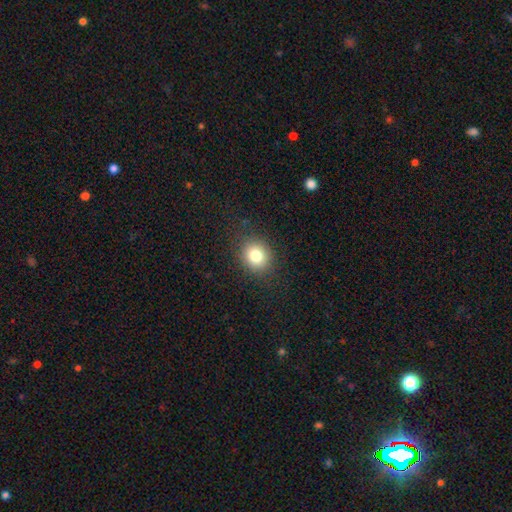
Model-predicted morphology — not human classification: Smooth or featured?
  - smooth: 81% *
  - star or artifact: 11%
  - featured or disk: 8%
How rounded?
  - round: 73% *
  - in between: 26%
  - cigar-shaped: 1%
Merging?
  - none: 87% *
  - minor disturbance: 8%
  - major disturbance: 3%
  - merger: 1%